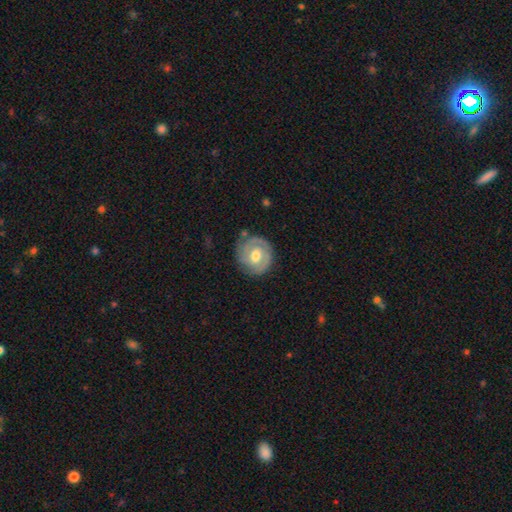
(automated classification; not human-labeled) Morphology: type=featured or disk (75%); edge-on=no (97%); bar=weak (46%); spiral arms=yes (89%); winding=tight (67%); arm count=2 (65%); bulge=moderate (76%); merging=none (78%).